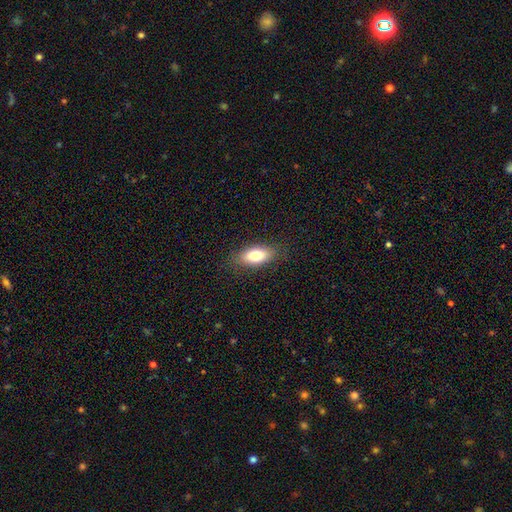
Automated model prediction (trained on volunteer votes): smooth 79%, featured or disk 14%, star or artifact 7%. Down the decision tree: how rounded — in between (83%); merging — none (84%).